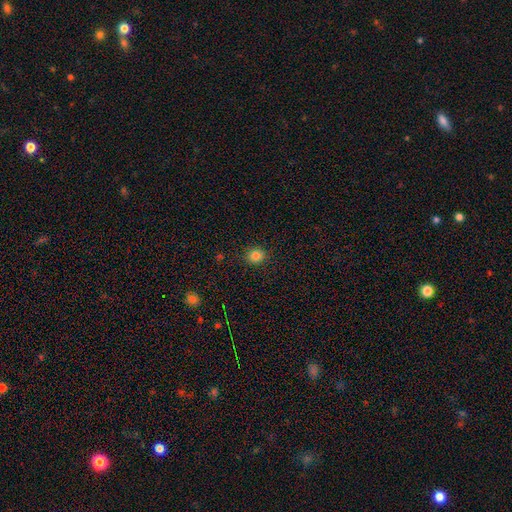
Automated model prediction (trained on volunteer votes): Smooth or featured? Predicted: smooth (p=0.84). How rounded? Predicted: round (p=0.83). Merging? Predicted: none (p=0.89).